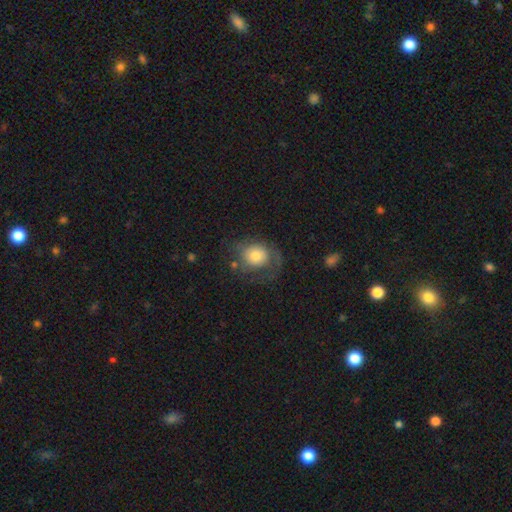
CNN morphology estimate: A smooth galaxy with no disk features (64%) that is round (65%).

Vote fractions:
- Smooth or featured? smooth: 64% / featured or disk: 27% / star or artifact: 8%
- How rounded? round: 65% / in between: 34% / cigar-shaped: 1%
- Merging? none: 47% / major disturbance: 26% / minor disturbance: 24% / merger: 3%